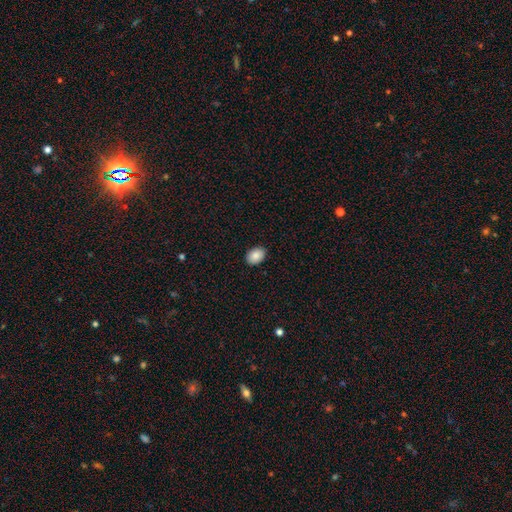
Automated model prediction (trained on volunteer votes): smooth 88%, star or artifact 7%, featured or disk 5%. Down the decision tree: how rounded — in between (76%); merging — none (89%).